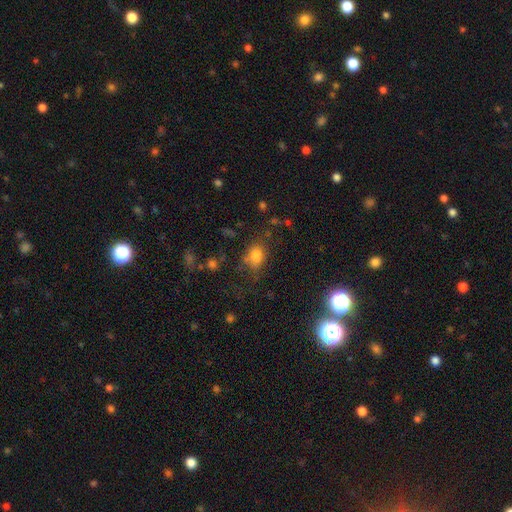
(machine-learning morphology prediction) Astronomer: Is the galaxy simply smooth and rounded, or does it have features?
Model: smooth — 78%.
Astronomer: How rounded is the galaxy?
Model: in between — 65%.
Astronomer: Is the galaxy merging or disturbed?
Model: none — 59%.